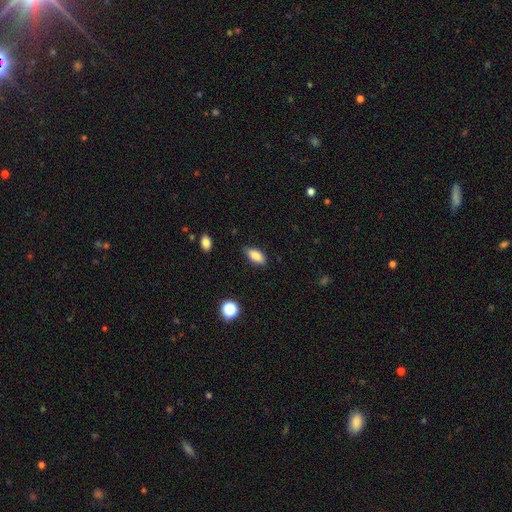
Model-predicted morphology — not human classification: type=smooth (84%); roundness=in between (87%); merging=none (81%).